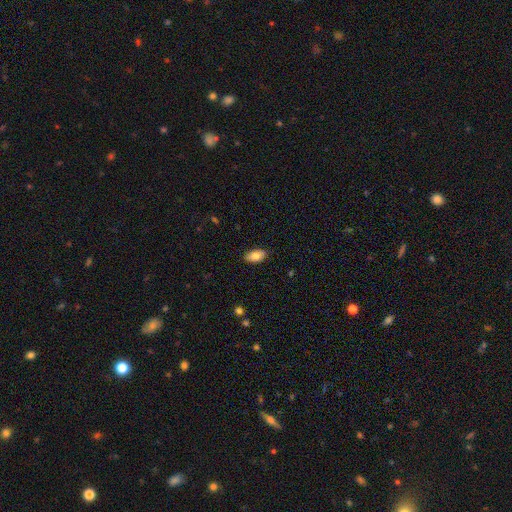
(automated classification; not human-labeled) The model was most divided on "smooth or featured": smooth: 78%, featured or disk: 15%, star or artifact: 7%. More confident: how rounded — in between (93%); merging — none (87%).